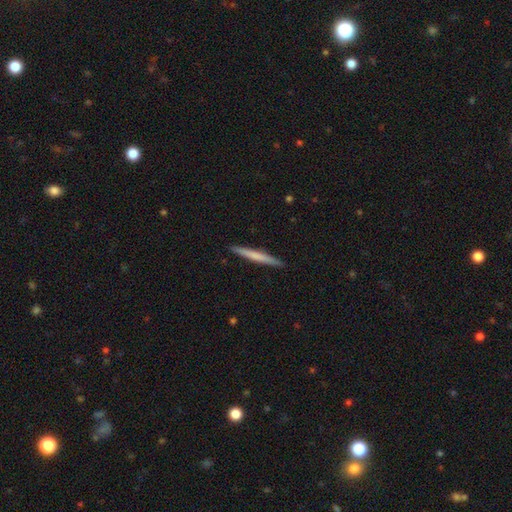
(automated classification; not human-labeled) Morphology: type=smooth (59%); roundness=cigar-shaped (97%); merging=none (92%).